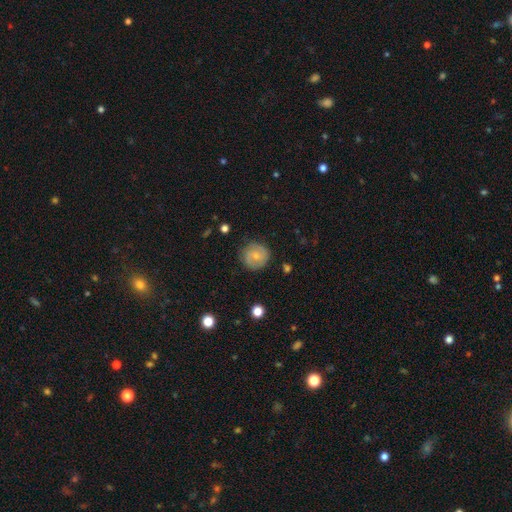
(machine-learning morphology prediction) type=smooth (61%); roundness=round (92%); merging=none (80%).